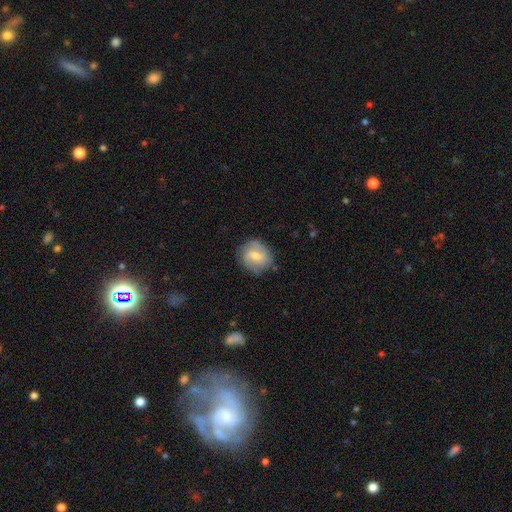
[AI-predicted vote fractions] Morphology: type=featured or disk (47%); merging=none (76%).